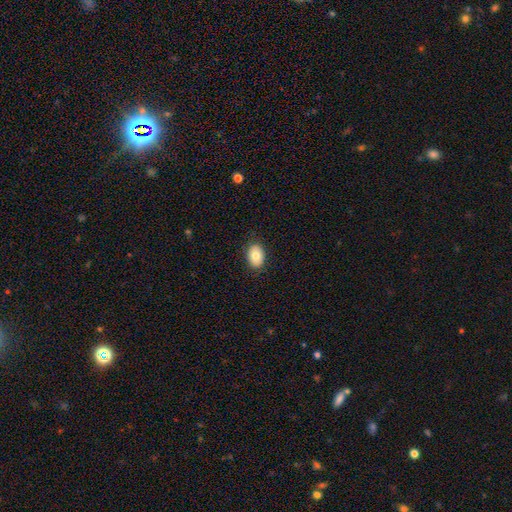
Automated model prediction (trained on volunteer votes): A smooth galaxy with no disk features (80%) that is in between round and cigar-shaped (80%). Merging: none (87%).